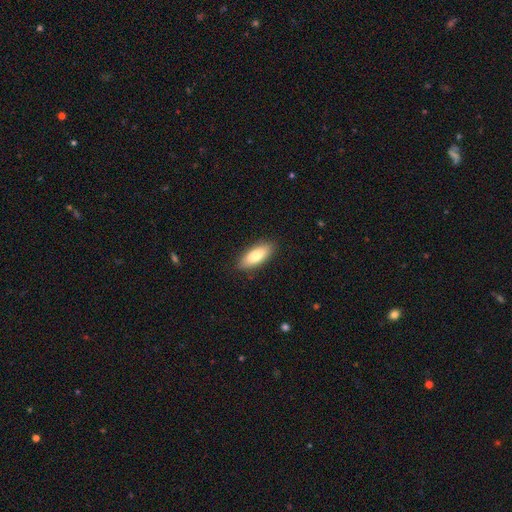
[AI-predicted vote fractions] smooth 79%, featured or disk 15%, star or artifact 6%. Down the decision tree: how rounded — in between (79%); merging — none (88%).